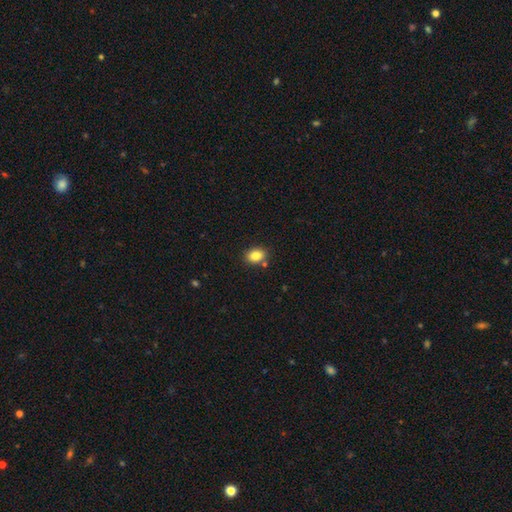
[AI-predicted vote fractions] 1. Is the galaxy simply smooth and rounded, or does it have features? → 85% smooth, 9% star or artifact, 5% featured or disk.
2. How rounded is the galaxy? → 69% in between, 30% round, 1% cigar-shaped.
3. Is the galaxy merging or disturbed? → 80% none, 11% minor disturbance, 6% merger, 3% major disturbance.